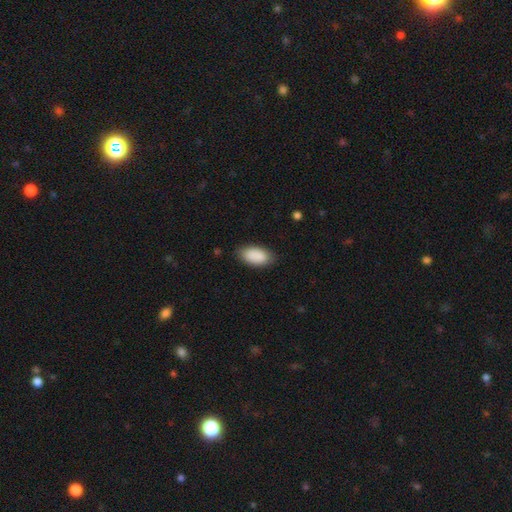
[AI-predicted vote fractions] smooth_or_featured: smooth (p=0.90) [alt: star or artifact p=0.06]
how_rounded: in between (p=0.94) [alt: cigar-shaped p=0.03]
merging: none (p=0.83) [alt: minor disturbance p=0.13]